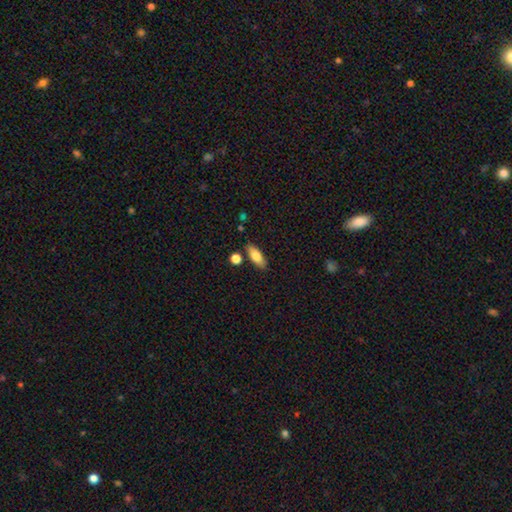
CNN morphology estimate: This is likely a smooth galaxy (77%). How rounded: likely in between (71%). Merging: clearly none (81%).